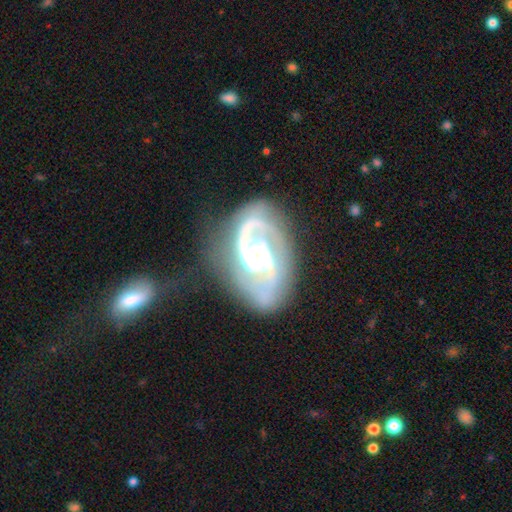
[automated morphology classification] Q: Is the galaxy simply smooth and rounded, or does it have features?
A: featured or disk — 90%.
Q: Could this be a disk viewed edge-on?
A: no — 97%.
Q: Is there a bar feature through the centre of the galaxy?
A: no — 50%.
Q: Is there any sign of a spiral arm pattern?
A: yes — 97%.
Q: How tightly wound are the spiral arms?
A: medium — 47%.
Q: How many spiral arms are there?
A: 2 — 71%.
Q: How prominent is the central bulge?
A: small — 46%.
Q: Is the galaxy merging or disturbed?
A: none — 54%.